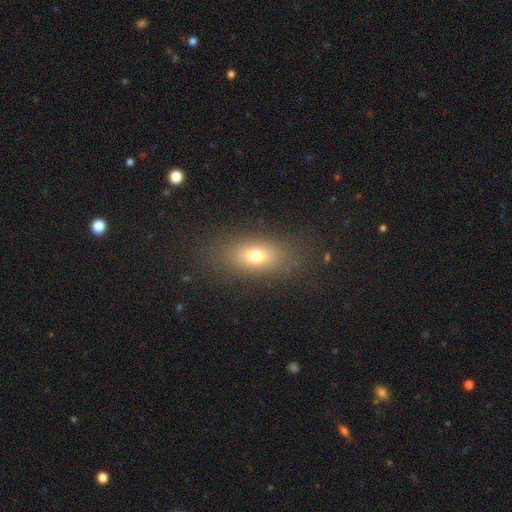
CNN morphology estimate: Q: Smooth or featured?
A: smooth (72%); runner-up: featured or disk (16%)
Q: How rounded?
A: in between (79%); runner-up: round (12%)
Q: Merging?
A: none (83%); runner-up: minor disturbance (10%)